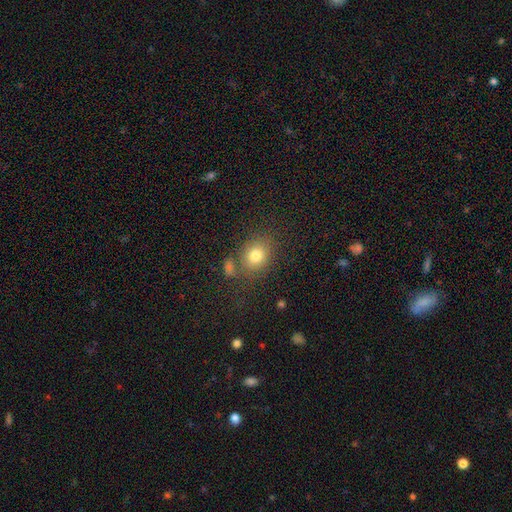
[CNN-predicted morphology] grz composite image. It shows a smooth galaxy with no disk features (78%) that is round (59%). Merging: none (70%).